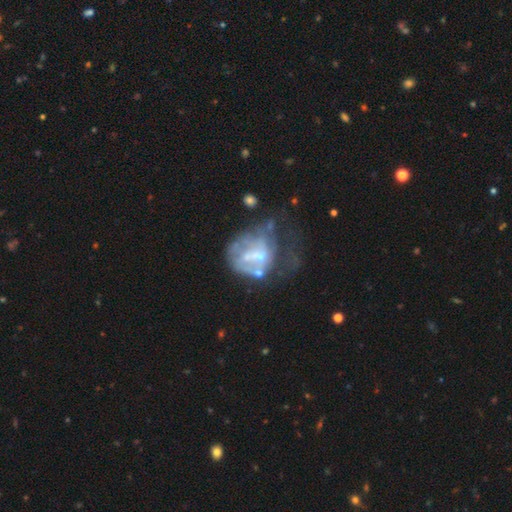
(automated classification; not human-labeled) smooth-or-featured: featured or disk: 63% | smooth: 26% | star or artifact: 12%
  disk-edge-on: no: 98% | yes: 2%
    bar: no: 66% | weak: 27% | strong: 7%
    has-spiral-arms: no: 74% | yes: 26%
    bulge-size: small: 43% | none: 32% | moderate: 22% | large: 3% | dominant: 1%
  merging: major disturbance: 42% | none: 24% | minor disturbance: 20% | merger: 14%